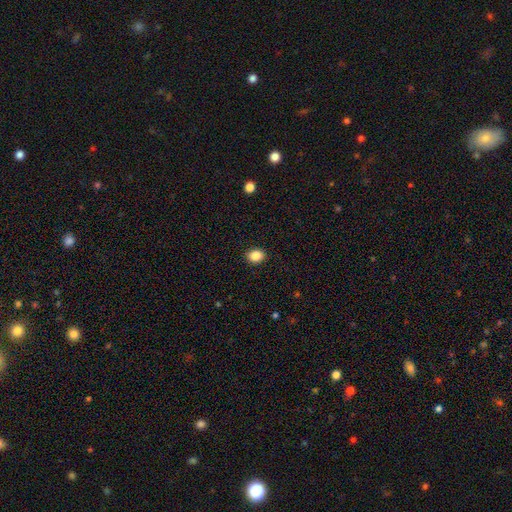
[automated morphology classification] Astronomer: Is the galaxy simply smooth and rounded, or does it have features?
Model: smooth — 86%.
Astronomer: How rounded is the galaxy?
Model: in between — 51% (runner-up: round, 48%).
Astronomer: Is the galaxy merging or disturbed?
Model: none — 91%.